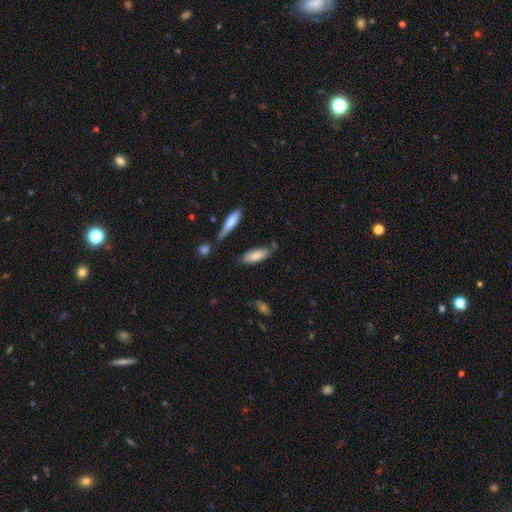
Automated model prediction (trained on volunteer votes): Morphology: type=smooth (81%); roundness=in between (62%); merging=none (72%).